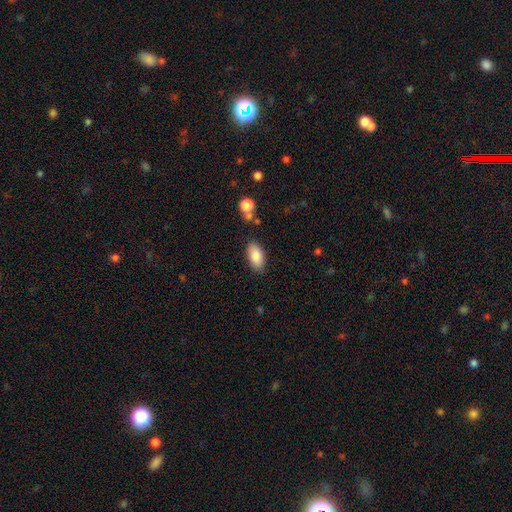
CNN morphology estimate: Smooth or featured: smooth — 86% (featured or disk — 7%)
How rounded: in between — 92% (cigar-shaped — 5%)
Merging: none — 83% (minor disturbance — 11%)